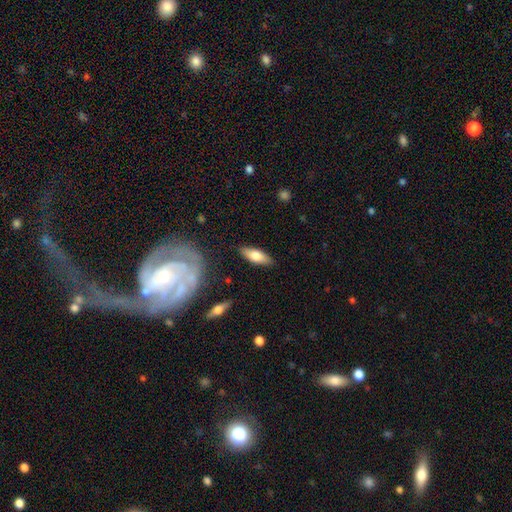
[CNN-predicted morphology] type=smooth (69%); roundness=in between (64%); merging=none (85%).